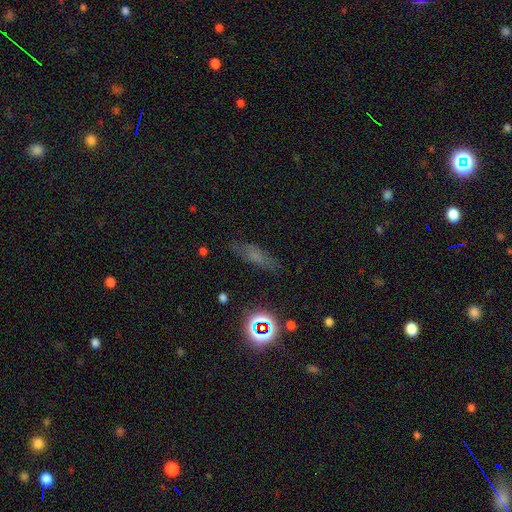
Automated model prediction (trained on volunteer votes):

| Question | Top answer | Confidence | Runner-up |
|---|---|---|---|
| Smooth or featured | smooth | 53% | featured or disk (25%) |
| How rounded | cigar-shaped | 51% | in between (42%) |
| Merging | none | 75% | minor disturbance (17%) |